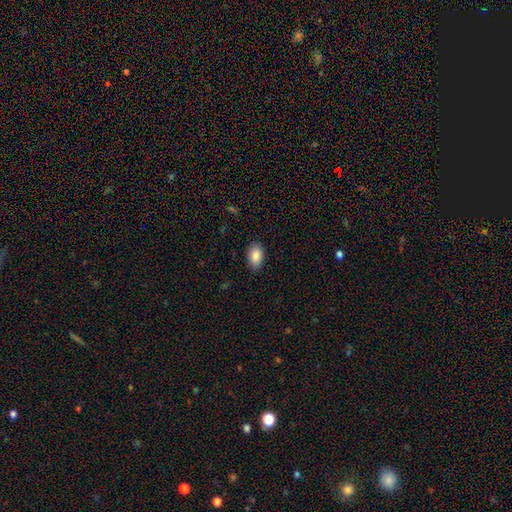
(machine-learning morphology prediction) Smooth or featured?
  - smooth: 87% *
  - star or artifact: 7%
  - featured or disk: 6%
How rounded?
  - in between: 89% *
  - round: 9%
  - cigar-shaped: 1%
Merging?
  - none: 85% *
  - minor disturbance: 12%
  - major disturbance: 2%
  - merger: 1%